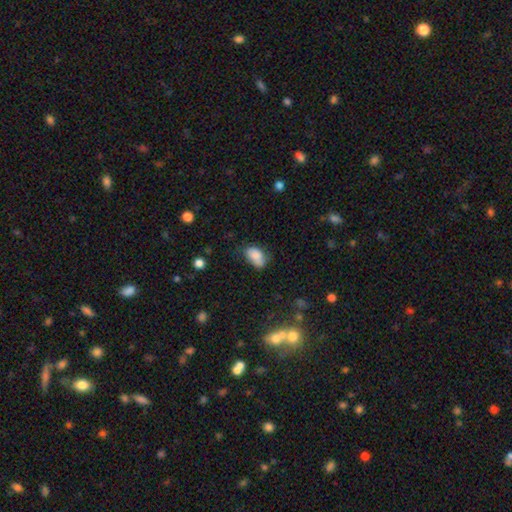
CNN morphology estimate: Smooth or featured? smooth (83%)
How rounded? in between (90%)
Merging? none (55%)